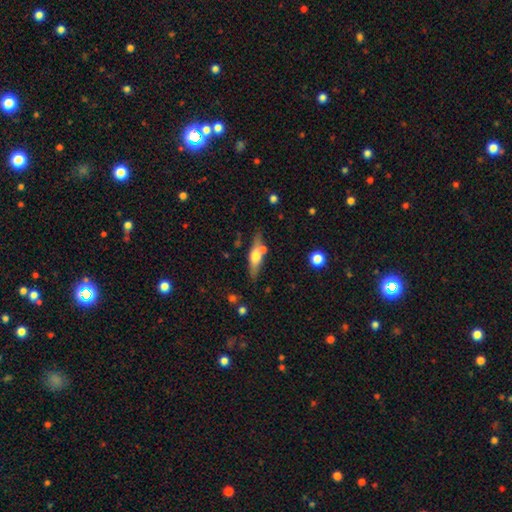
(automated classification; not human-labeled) smooth_or_featured: featured or disk (p=0.47) [alt: smooth p=0.46]
merging: none (p=0.70) [alt: minor disturbance p=0.14]